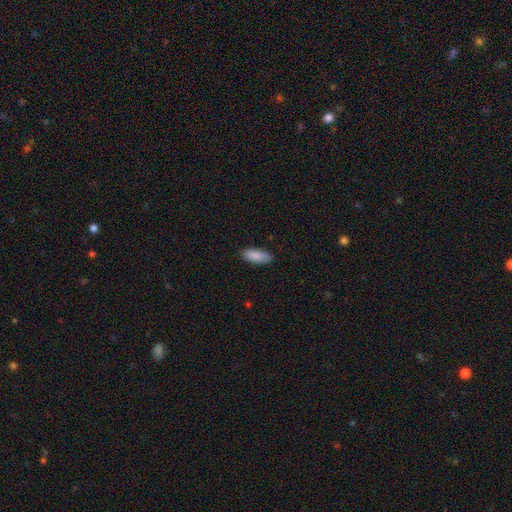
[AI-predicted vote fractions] Overall: smooth (89%). How rounded: in between (81%). Merging: none (88%).